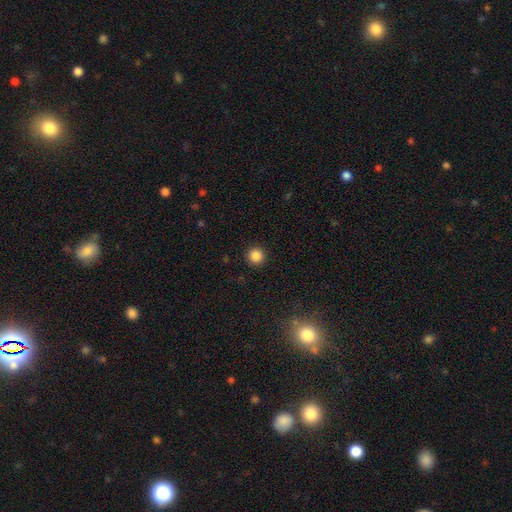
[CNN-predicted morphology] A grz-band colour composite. It shows a smooth galaxy with no disk features (86%) that is round (96%). Merging: none (93%).